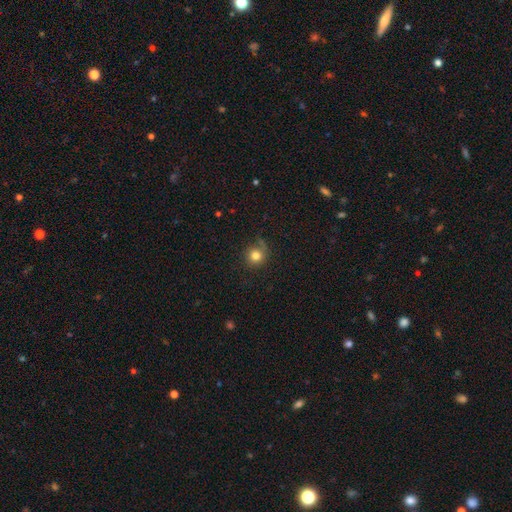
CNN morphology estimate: Smooth or featured: smooth — 79% (star or artifact — 12%)
How rounded: round — 89% (in between — 10%)
Merging: none — 70% (minor disturbance — 18%)